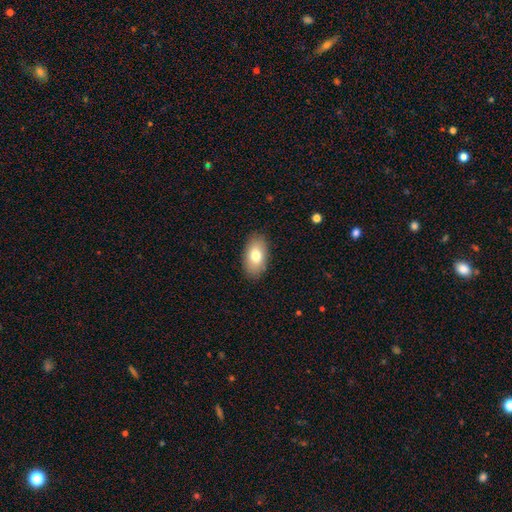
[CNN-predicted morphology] smooth_or_featured: smooth (p=0.76) [alt: featured or disk p=0.17]
how_rounded: in between (p=0.93) [alt: round p=0.05]
merging: none (p=0.88) [alt: minor disturbance p=0.09]